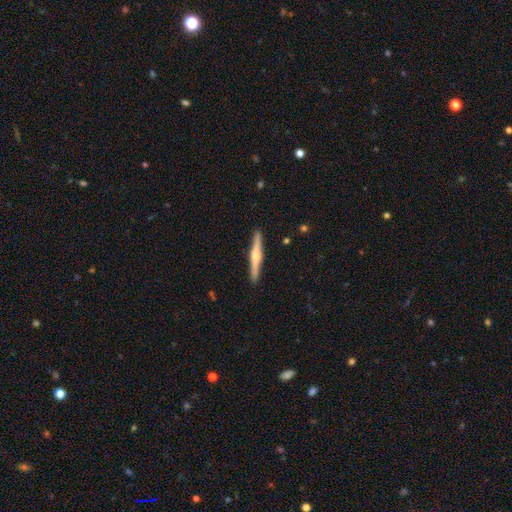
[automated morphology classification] A featured or disk galaxy (68%) viewed edge-on (98%) with a rounded central bulge (86%). Merging: none (92%).